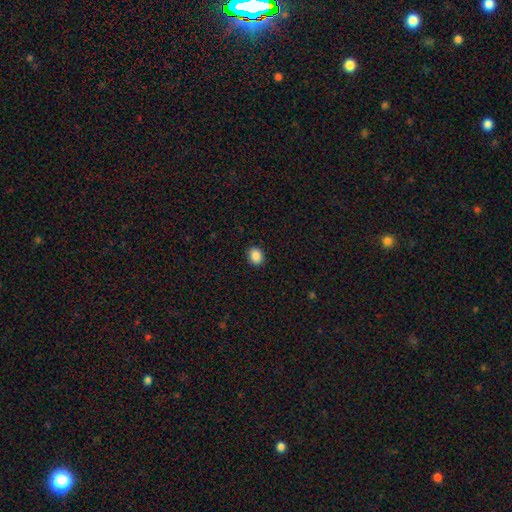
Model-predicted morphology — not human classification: This appears to be a smooth galaxy with no disk features (88%) that is round (54%). Merging: none (90%).